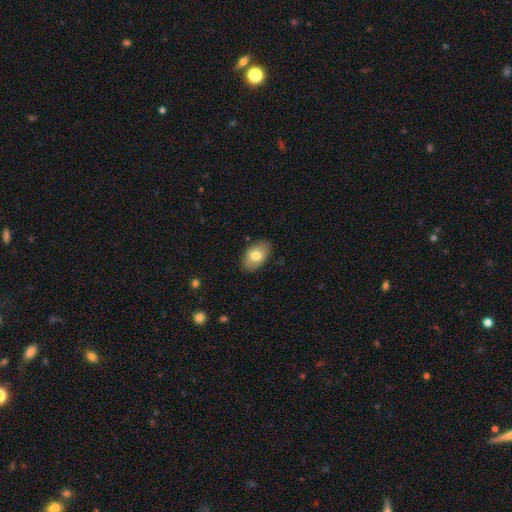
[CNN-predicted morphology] The model was most divided on "smooth or featured": smooth: 77%, featured or disk: 17%, star or artifact: 7%. More confident: how rounded — in between (90%); merging — none (85%).